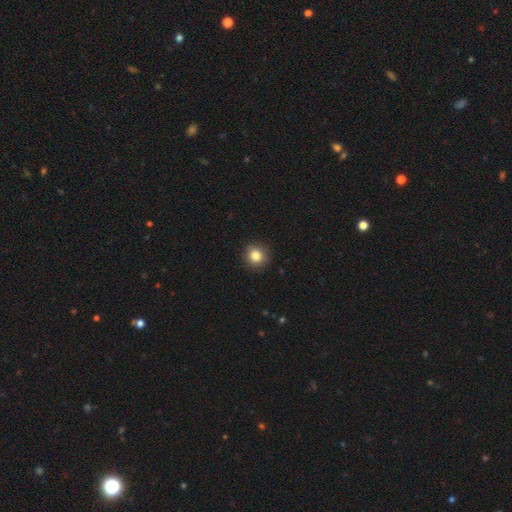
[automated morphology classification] smooth-or-featured: smooth: 84% | star or artifact: 10% | featured or disk: 6%
  how-rounded: round: 89% | in between: 10% | cigar-shaped: 1%
  merging: none: 90% | minor disturbance: 7% | major disturbance: 2% | merger: 1%